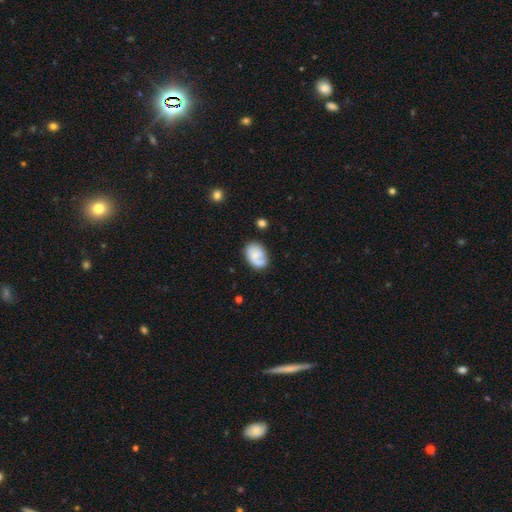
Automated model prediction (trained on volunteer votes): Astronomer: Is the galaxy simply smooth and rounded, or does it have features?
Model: smooth — 55% (runner-up: featured or disk, 37%).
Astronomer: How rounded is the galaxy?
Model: in between — 78%.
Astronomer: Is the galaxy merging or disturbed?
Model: none — 59%.